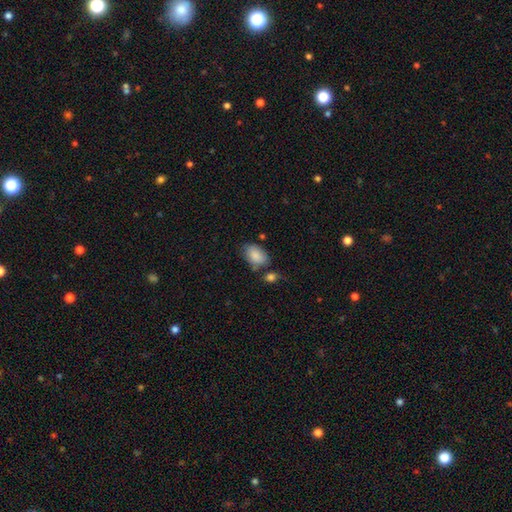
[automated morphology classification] This is clearly a smooth galaxy (87%). How rounded: clearly in between (89%). Merging: likely none (63%).